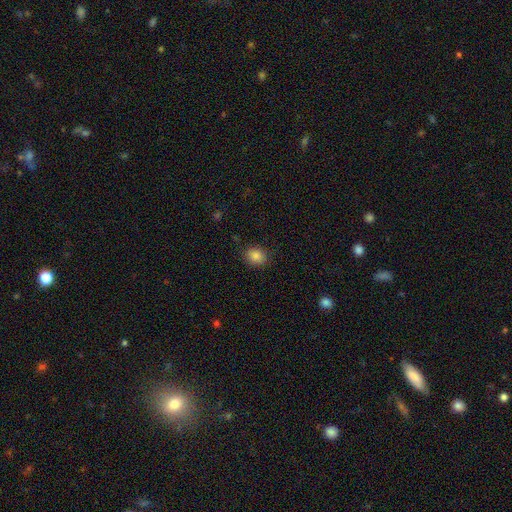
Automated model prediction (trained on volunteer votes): Smooth or featured?
  - smooth: 85% *
  - star or artifact: 10%
  - featured or disk: 5%
How rounded?
  - round: 54% *
  - in between: 45%
  - cigar-shaped: 1%
Merging?
  - none: 86% *
  - minor disturbance: 10%
  - major disturbance: 3%
  - merger: 1%